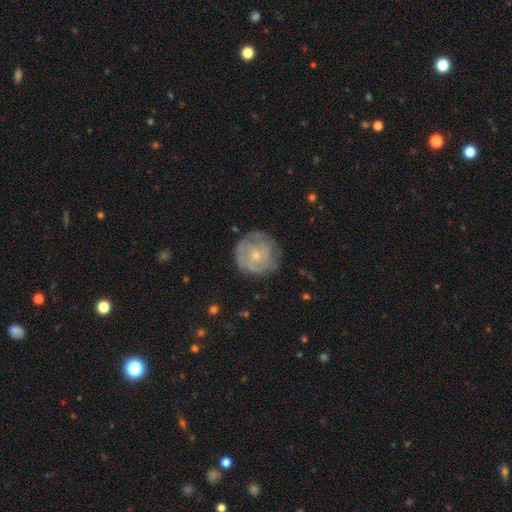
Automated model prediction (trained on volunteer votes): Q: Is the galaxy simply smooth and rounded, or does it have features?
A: featured or disk — 63%.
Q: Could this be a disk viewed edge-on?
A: no — 98%.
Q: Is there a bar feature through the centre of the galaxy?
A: no — 81%.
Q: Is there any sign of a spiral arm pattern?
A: yes — 74%.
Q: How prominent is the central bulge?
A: small — 66%.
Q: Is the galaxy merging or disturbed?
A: none — 71%.